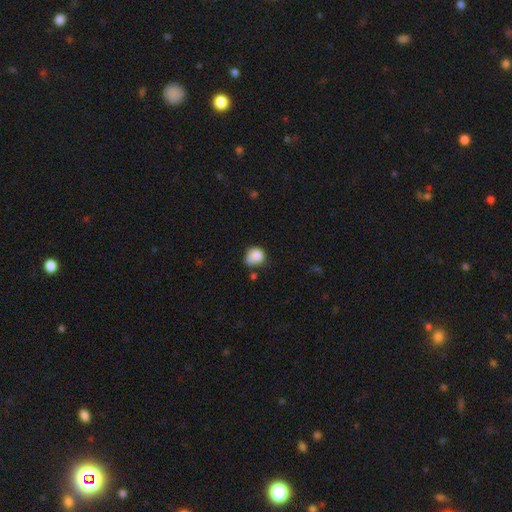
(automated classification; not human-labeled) smooth_or_featured: smooth (p=0.79) [alt: featured or disk p=0.12]
how_rounded: round (p=0.62) [alt: in between p=0.37]
merging: none (p=0.34) [alt: minor disturbance p=0.29]